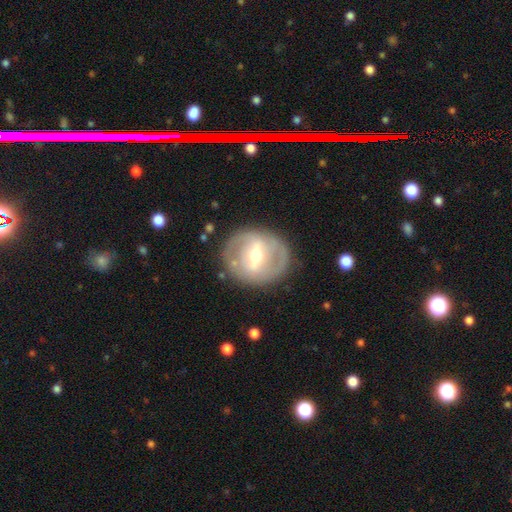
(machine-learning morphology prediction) Smooth or featured: featured or disk — 71% (smooth — 23%)
Edge-on disk: no — 94% (yes — 6%)
Bar: strong — 47% (weak — 40%)
Spiral arms: yes — 54% (no — 46%)
Bulge size: moderate — 70% (small — 18%)
Merging: none — 81% (minor disturbance — 12%)